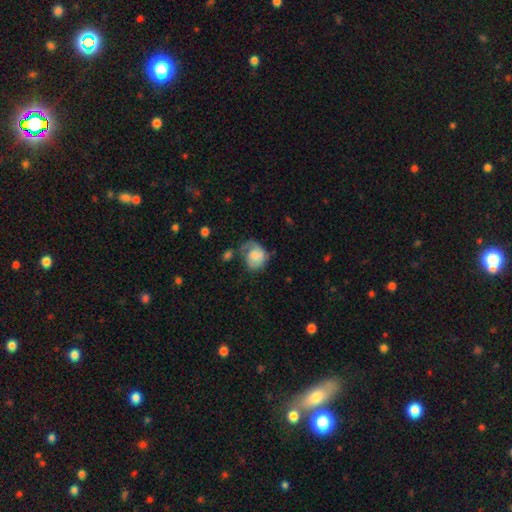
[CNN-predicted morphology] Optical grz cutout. It shows a featured or disk galaxy (50%). Merging: none (36%).